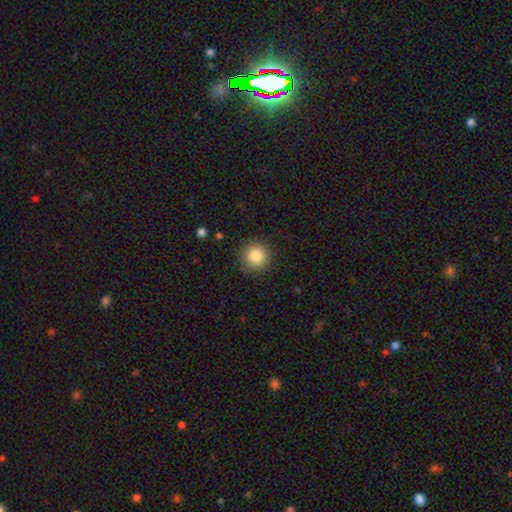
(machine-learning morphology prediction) smooth 85%, star or artifact 10%, featured or disk 6%. Down the decision tree: how rounded — round (95%); merging — none (90%).